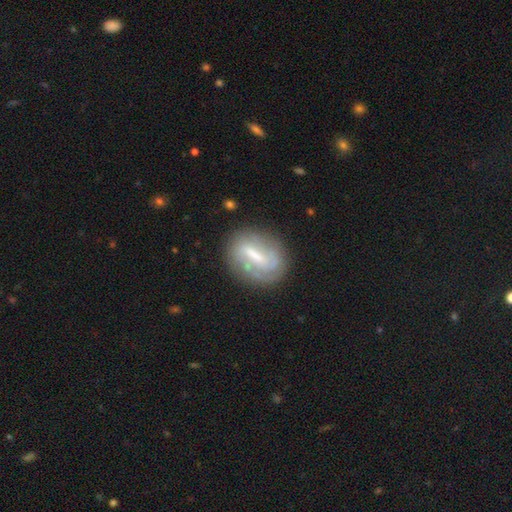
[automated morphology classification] The model was most divided on "bulge size": moderate: 34%, small: 33%, none: 25%, large: 7%, dominant: 2%. More confident: edge-on disk — no (93%); merging — none (68%); spiral arms — yes (67%); smooth or featured — featured or disk (65%); bar — strong (58%).